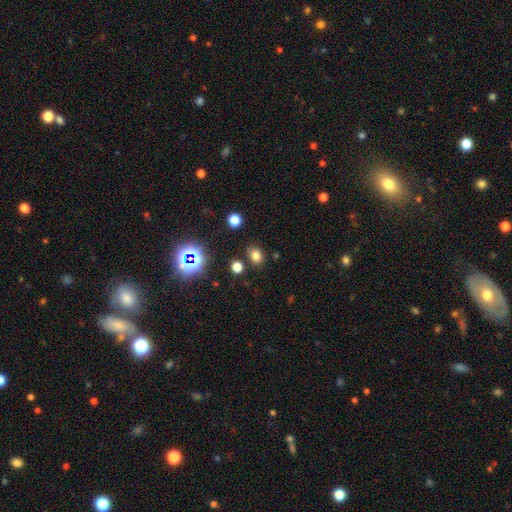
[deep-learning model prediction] Smooth or featured? Predicted: smooth (p=0.73). How rounded? Predicted: in between (p=0.58). Merging? Predicted: none (p=0.81).